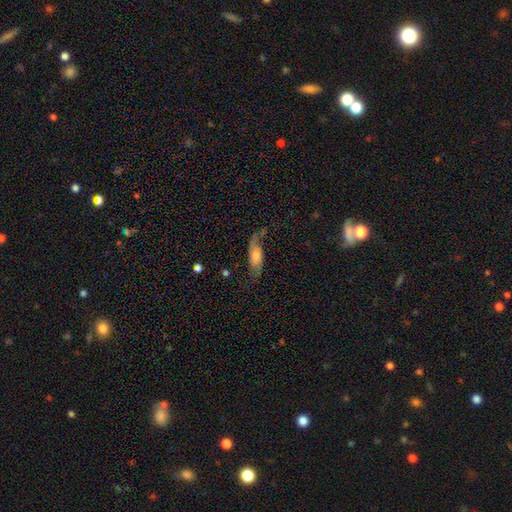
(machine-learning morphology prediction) type=featured or disk (49%); merging=none (54%).